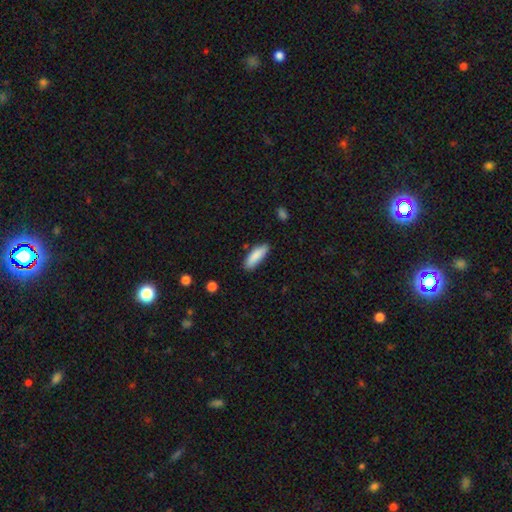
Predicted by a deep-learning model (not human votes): Morphology: type=smooth (87%); roundness=in between (53%); merging=none (83%).